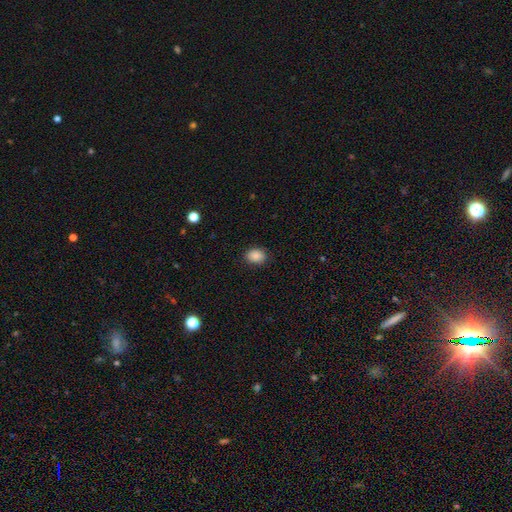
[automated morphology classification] Smooth or featured: smooth — 87% (star or artifact — 9%)
How rounded: in between — 68% (round — 31%)
Merging: none — 86% (minor disturbance — 10%)